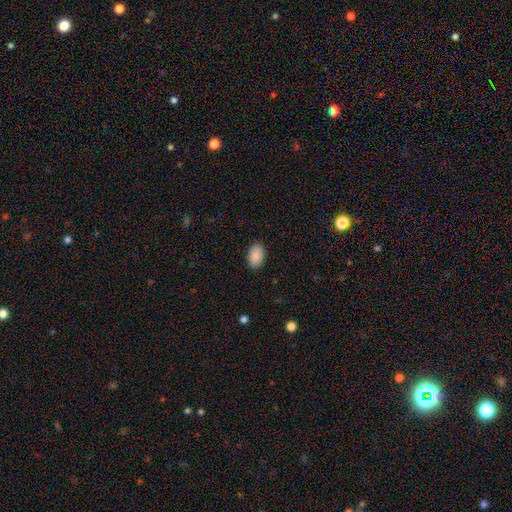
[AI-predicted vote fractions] smooth_or_featured: smooth (p=0.90) [alt: star or artifact p=0.06]
how_rounded: in between (p=0.93) [alt: round p=0.06]
merging: none (p=0.89) [alt: minor disturbance p=0.08]